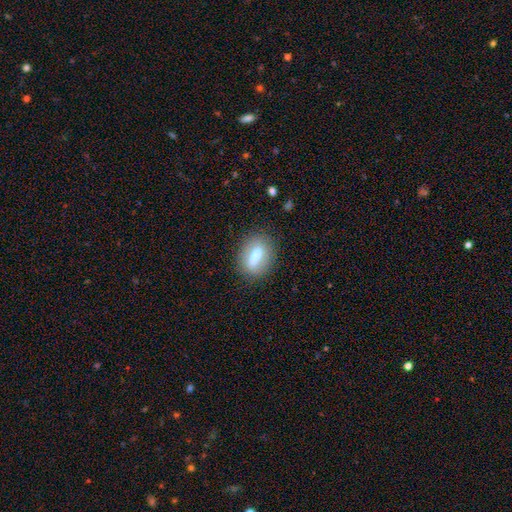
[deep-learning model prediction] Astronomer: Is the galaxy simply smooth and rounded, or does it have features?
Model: smooth — 61%.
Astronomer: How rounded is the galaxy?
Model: in between — 62%.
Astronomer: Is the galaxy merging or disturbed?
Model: none — 76%.